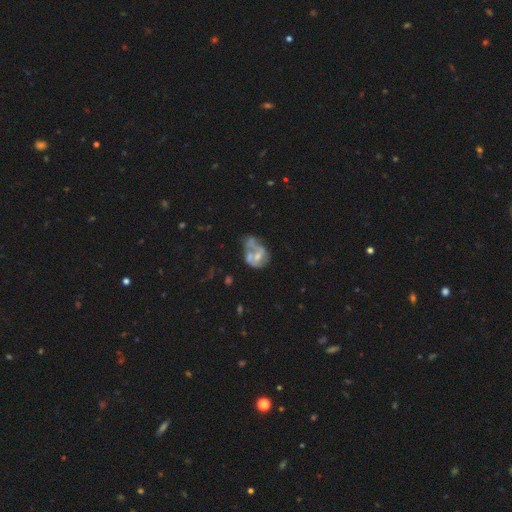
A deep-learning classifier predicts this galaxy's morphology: This is possibly a featured or disk galaxy (56%). It is clearly not viewed edge-on (98%). Bar: likely no (73%). Spiral arm pattern: likely no (74%). Central bulge: marginally moderate (44%). Merging: marginally merger (36%).